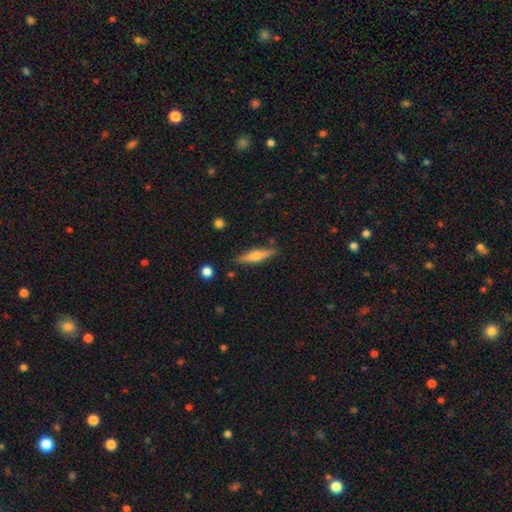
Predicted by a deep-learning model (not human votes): Smooth or featured? featured or disk (48%)
Merging? none (86%)